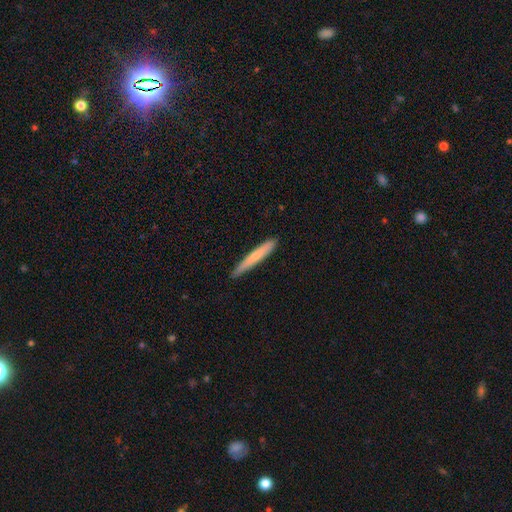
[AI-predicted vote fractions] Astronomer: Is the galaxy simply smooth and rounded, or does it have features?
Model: smooth — 66%.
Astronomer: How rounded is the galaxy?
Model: cigar-shaped — 95%.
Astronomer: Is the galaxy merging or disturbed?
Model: none — 87%.